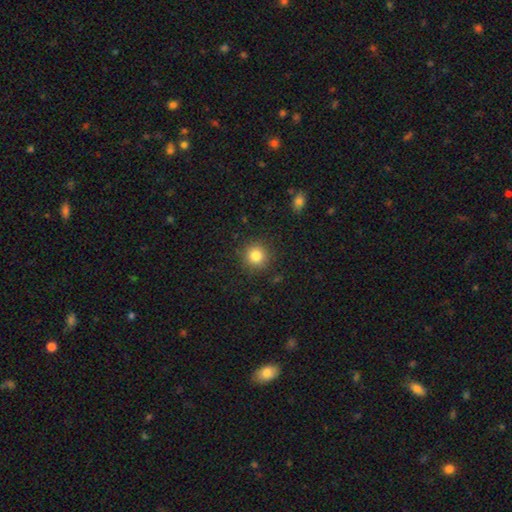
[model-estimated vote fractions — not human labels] Smooth or featured?
  - smooth: 83% *
  - star or artifact: 11%
  - featured or disk: 6%
How rounded?
  - round: 93% *
  - in between: 6%
  - cigar-shaped: 1%
Merging?
  - none: 89% *
  - minor disturbance: 7%
  - major disturbance: 3%
  - merger: 1%